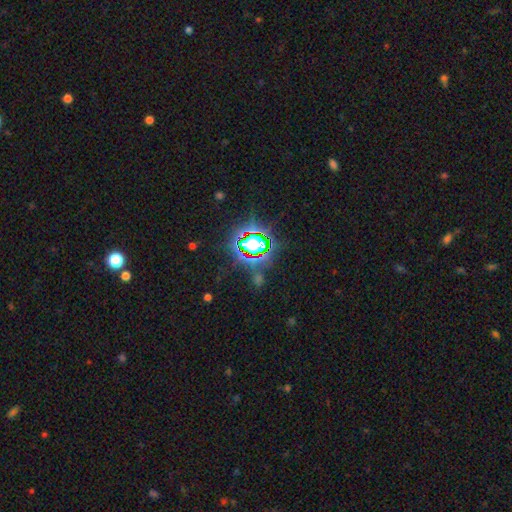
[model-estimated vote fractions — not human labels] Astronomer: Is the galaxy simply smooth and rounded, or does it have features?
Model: star or artifact — 79%.